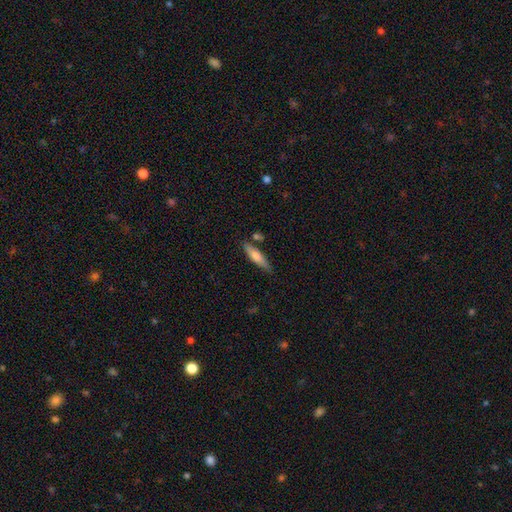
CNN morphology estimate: The model was most divided on "smooth or featured": smooth: 64%, featured or disk: 30%, star or artifact: 6%. More confident: how rounded — cigar-shaped (76%); merging — none (75%).